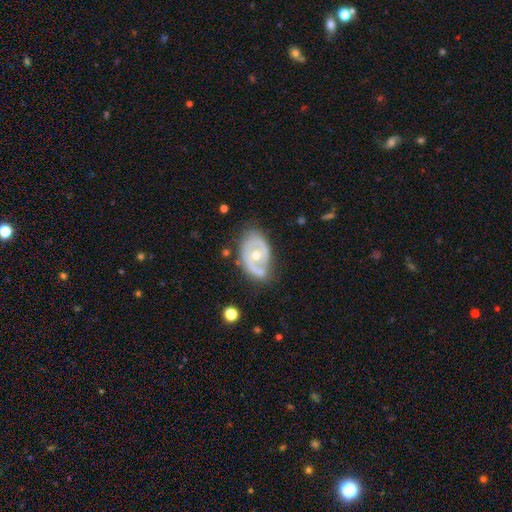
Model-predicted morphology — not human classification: The model was most divided on "bulge size": moderate: 60%, small: 37%, large: 2%, none: 1%, dominant: 1%. More confident: edge-on disk — no (95%); smooth or featured — featured or disk (75%); bar — no (74%); spiral arms — yes (67%); merging — none (54%).